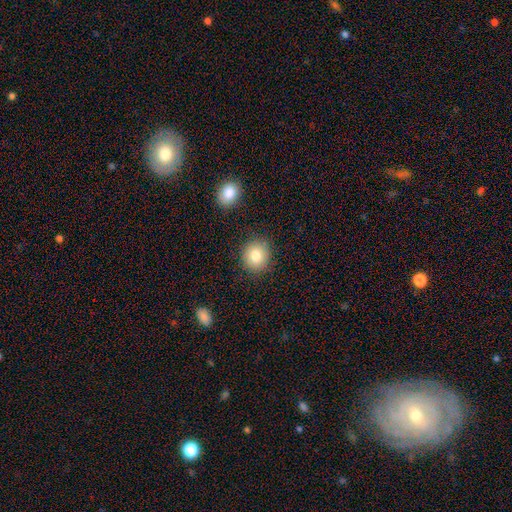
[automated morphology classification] smooth 81%, star or artifact 10%, featured or disk 9%. Down the decision tree: how rounded — round (82%); merging — none (86%).